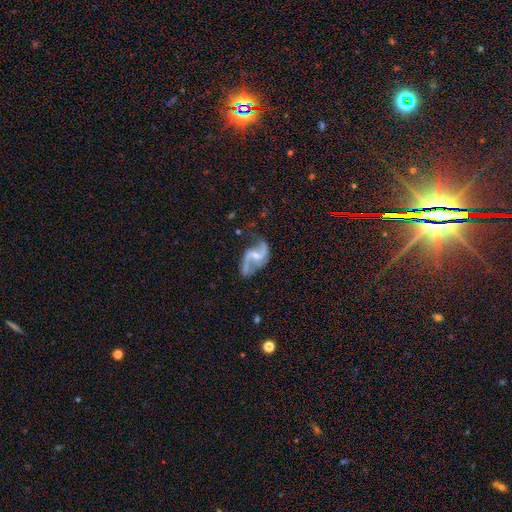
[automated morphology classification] This appears to be a featured or disk galaxy (89%) with a weak bar (50%), 2 (93%) loose (71%) spiral arms (96%) and a small central bulge (52%). Merging: none (65%).